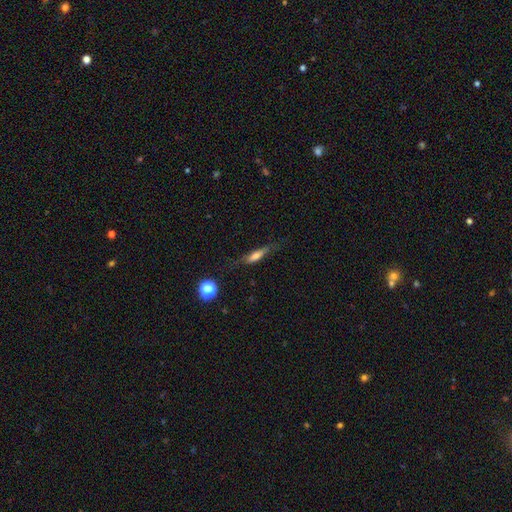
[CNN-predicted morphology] smooth 56%, featured or disk 35%, star or artifact 9%. Down the decision tree: how rounded — cigar-shaped (66%); merging — none (67%).